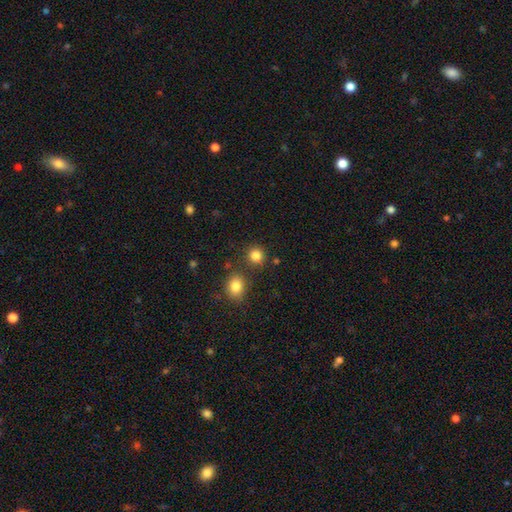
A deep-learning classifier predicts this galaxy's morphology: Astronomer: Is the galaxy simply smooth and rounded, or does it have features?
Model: smooth — 84%.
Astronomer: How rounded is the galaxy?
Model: round — 84%.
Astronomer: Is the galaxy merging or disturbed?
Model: none — 80%.